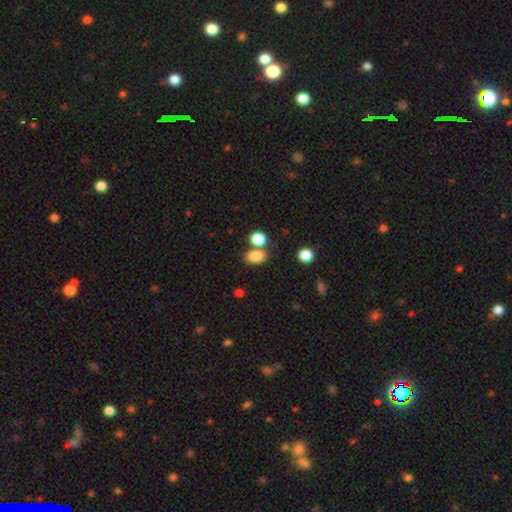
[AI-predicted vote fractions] smooth_or_featured: smooth (p=0.84) [alt: star or artifact p=0.10]
how_rounded: in between (p=0.78) [alt: round p=0.21]
merging: none (p=0.58) [alt: merger p=0.26]